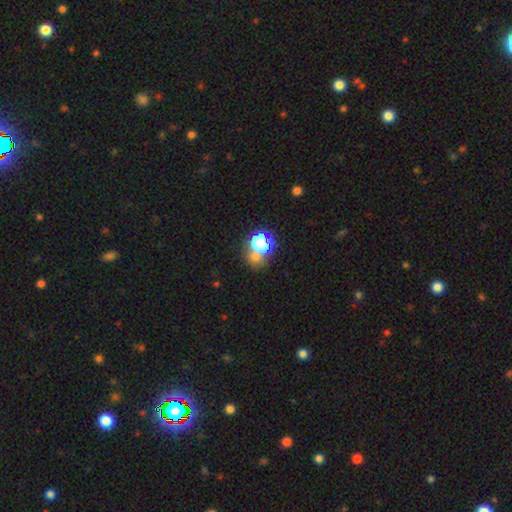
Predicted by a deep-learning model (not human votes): smooth 57%, star or artifact 33%, featured or disk 10%. Down the decision tree: how rounded — round (74%); merging — none (51%).